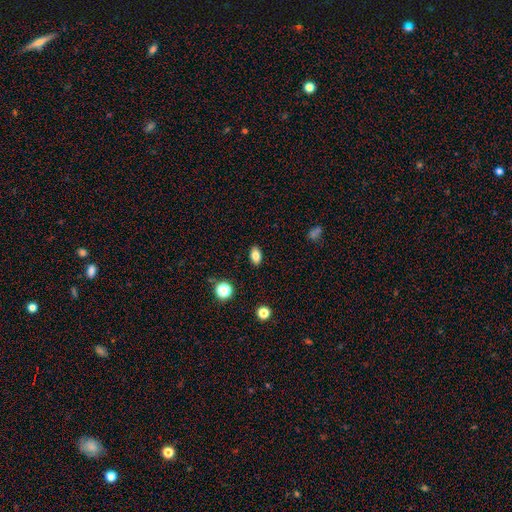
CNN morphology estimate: smooth_or_featured: smooth (p=0.81) [alt: star or artifact p=0.10]
how_rounded: in between (p=0.87) [alt: round p=0.10]
merging: none (p=0.88) [alt: minor disturbance p=0.08]